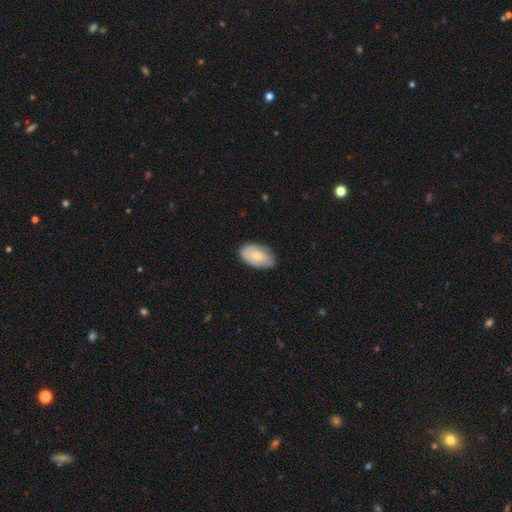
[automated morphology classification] smooth 65%, featured or disk 29%, star or artifact 6%. Down the decision tree: how rounded — in between (93%); merging — none (73%).